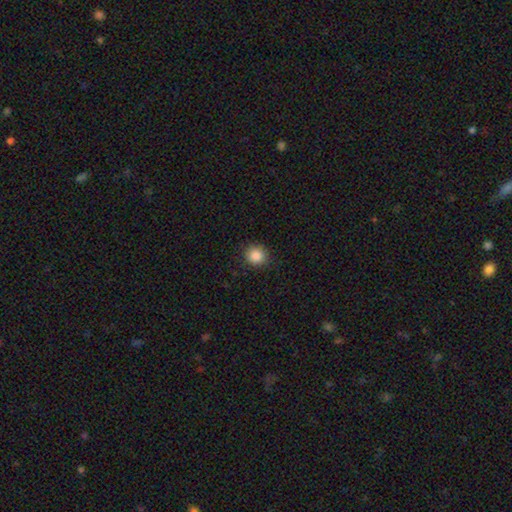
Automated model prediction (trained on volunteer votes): Q: Smooth or featured?
A: smooth (87%); runner-up: star or artifact (10%)
Q: How rounded?
A: round (89%); runner-up: in between (10%)
Q: Merging?
A: none (89%); runner-up: minor disturbance (8%)